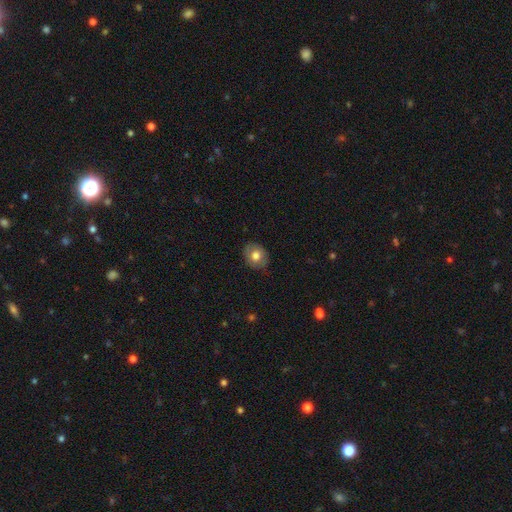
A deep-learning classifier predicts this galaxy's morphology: Smooth or featured: smooth — 70% (featured or disk — 22%)
How rounded: round — 54% (in between — 45%)
Merging: none — 81% (minor disturbance — 15%)